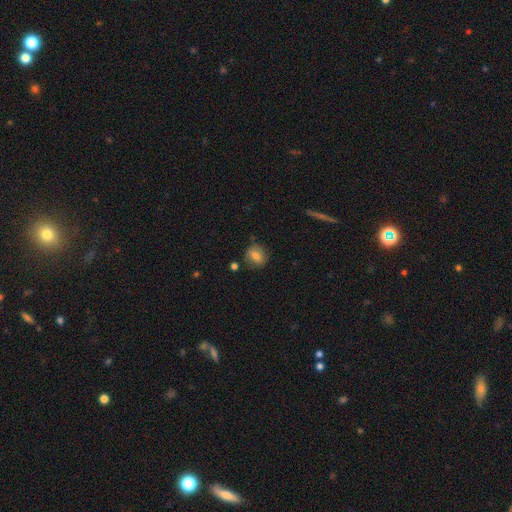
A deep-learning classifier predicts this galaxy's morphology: Smooth or featured: smooth — 76% (featured or disk — 14%)
How rounded: round — 69% (in between — 30%)
Merging: none — 79% (minor disturbance — 14%)